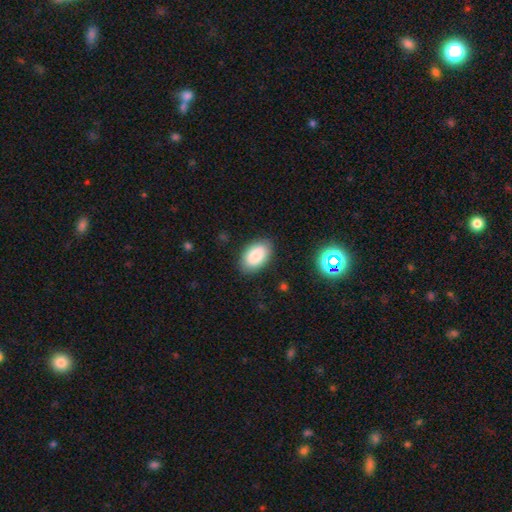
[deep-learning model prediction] A smooth galaxy with no disk features (86%) that is in between round and cigar-shaped (93%).

Vote fractions:
- Smooth or featured? smooth: 86% / star or artifact: 8% / featured or disk: 6%
- How rounded? in between: 93% / round: 5% / cigar-shaped: 1%
- Merging? none: 86% / minor disturbance: 10% / major disturbance: 3% / merger: 1%